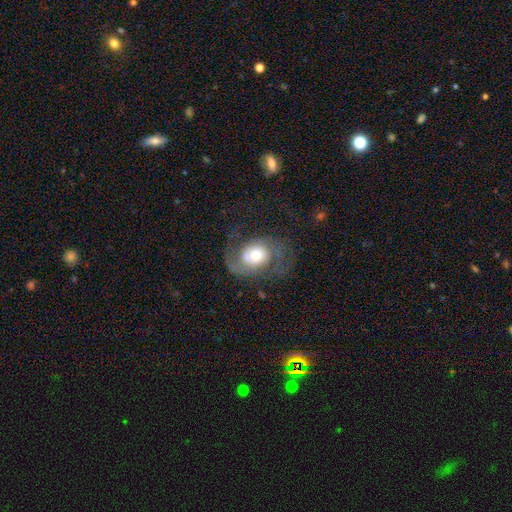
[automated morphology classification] A featured or disk galaxy (72%) with no bar (72%), 2 (75%) medium (45%) spiral arms (90%) and a moderate central bulge (56%).

Vote fractions:
- Smooth or featured? featured or disk: 72% / smooth: 21% / star or artifact: 7%
- Edge-on disk? no: 97% / yes: 3%
- Bar? no: 72% / weak: 23% / strong: 6%
- Spiral arms? yes: 90% / no: 10%
- Spiral winding? medium: 45% / loose: 31% / tight: 24%
- Spiral arm count? 2: 75% / 1: 10% / can't tell: 9% / 3: 3% / 4: 1% / more than 4: 1%
- Bulge size? moderate: 56% / large: 22% / small: 16% / dominant: 4% / none: 1%
- Merging? none: 55% / major disturbance: 25% / minor disturbance: 18% / merger: 2%